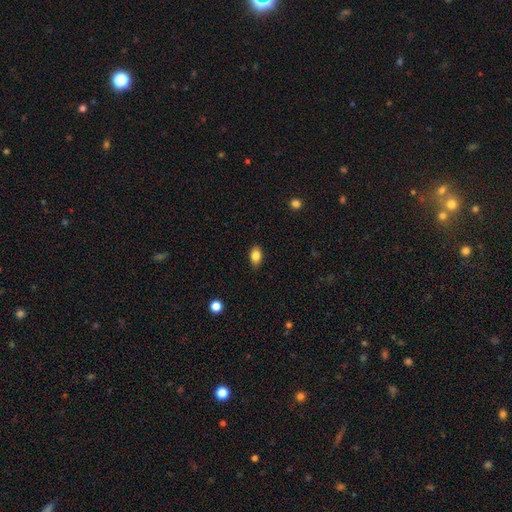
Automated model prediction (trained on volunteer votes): smooth 82%, featured or disk 9%, star or artifact 9%. Down the decision tree: how rounded — in between (86%); merging — none (86%).